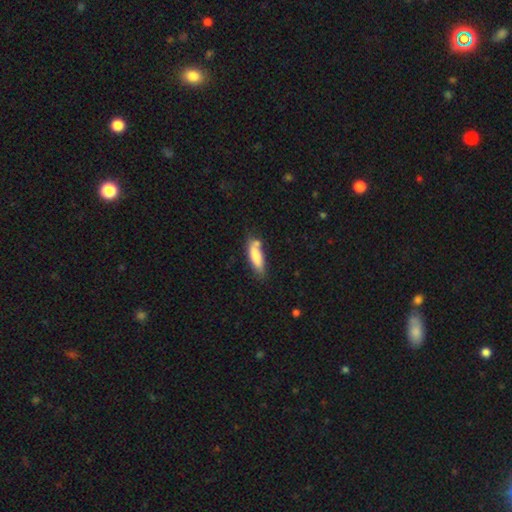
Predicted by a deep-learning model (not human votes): Smooth or featured? smooth (78%)
How rounded? cigar-shaped (53%)
Merging? none (59%)